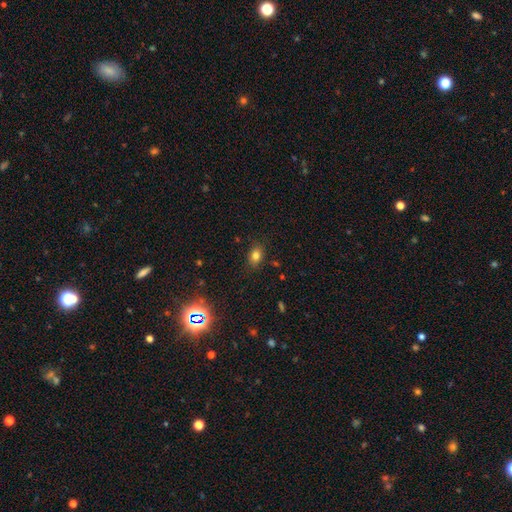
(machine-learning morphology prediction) Smooth or featured? Predicted: smooth (p=0.78). How rounded? Predicted: in between (p=0.73). Merging? Predicted: none (p=0.83).